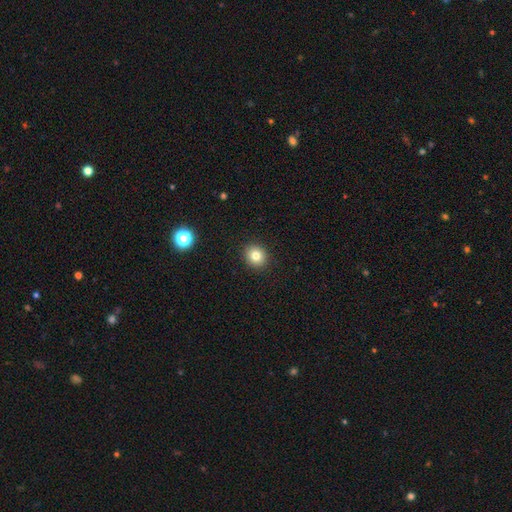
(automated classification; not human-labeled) Q: Smooth or featured?
A: smooth (80%); runner-up: star or artifact (12%)
Q: How rounded?
A: round (81%); runner-up: in between (18%)
Q: Merging?
A: none (92%); runner-up: minor disturbance (6%)